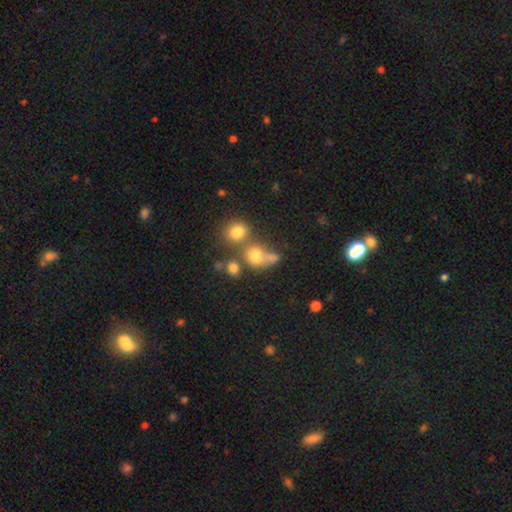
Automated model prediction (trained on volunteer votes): Smooth or featured? Predicted: smooth (p=0.71). How rounded? Predicted: round (p=0.69). Merging? Predicted: merger (p=0.43).